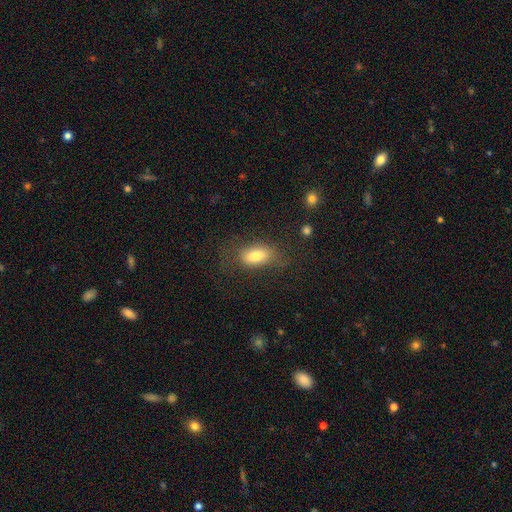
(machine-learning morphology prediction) Smooth or featured: smooth — 79% (featured or disk — 12%)
How rounded: in between — 88% (round — 6%)
Merging: none — 63% (minor disturbance — 21%)